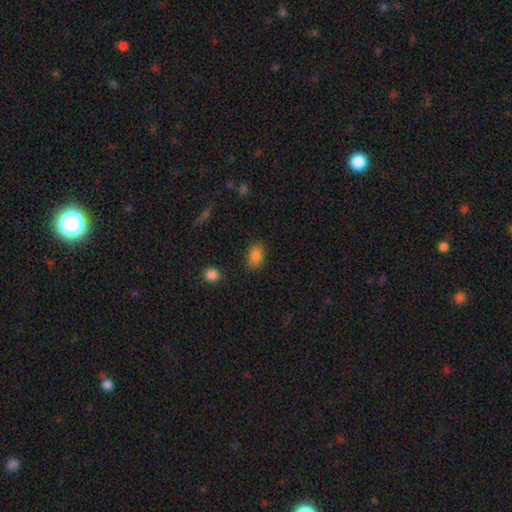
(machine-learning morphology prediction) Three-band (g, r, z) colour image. It shows a smooth galaxy with no disk features (85%) that is in between round and cigar-shaped (84%). Merging: none (83%).